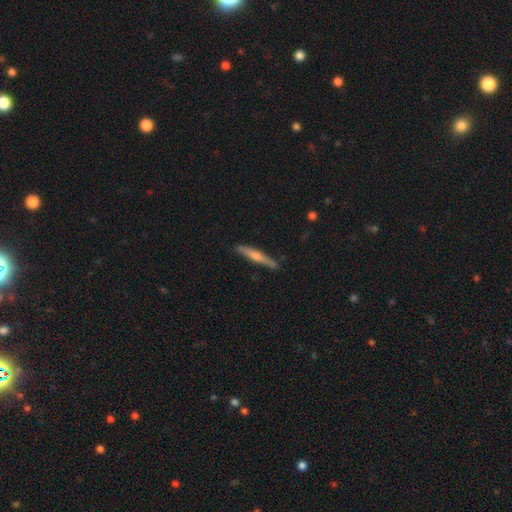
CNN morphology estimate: smooth_or_featured: featured or disk (p=0.63) [alt: smooth p=0.31]
disk_edge_on: yes (p=0.96) [alt: no p=0.04]
edge_on_bulge: rounded (p=0.77) [alt: none p=0.14]
merging: none (p=0.88) [alt: minor disturbance p=0.09]